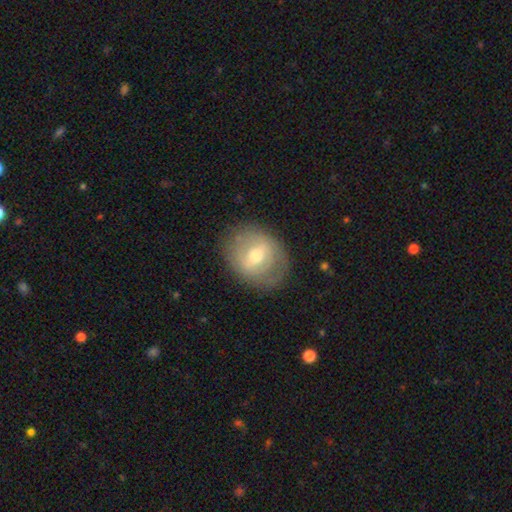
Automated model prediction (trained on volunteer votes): This appears to be a featured or disk galaxy (50%). Merging: none (79%).